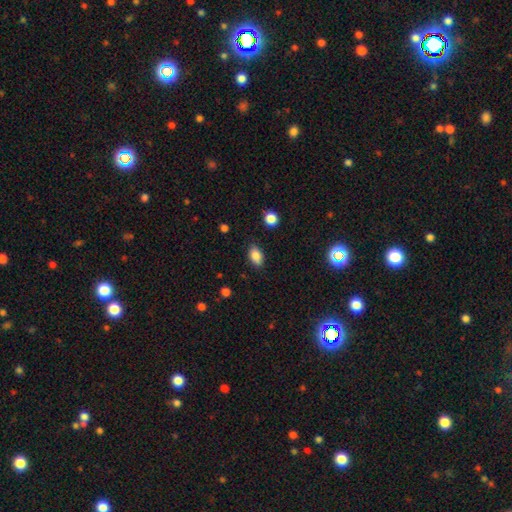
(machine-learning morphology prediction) smooth_or_featured: smooth (p=0.86) [alt: star or artifact p=0.09]
how_rounded: in between (p=0.88) [alt: round p=0.10]
merging: none (p=0.85) [alt: minor disturbance p=0.11]